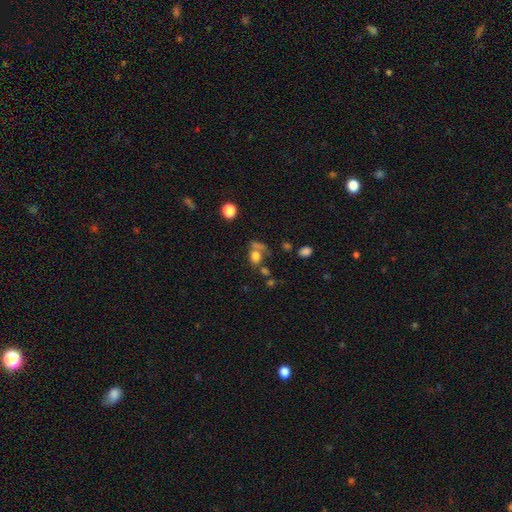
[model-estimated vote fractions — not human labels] This appears to be a smooth galaxy with no disk features (73%) that is in between round and cigar-shaped (54%). Merging: none (42%).